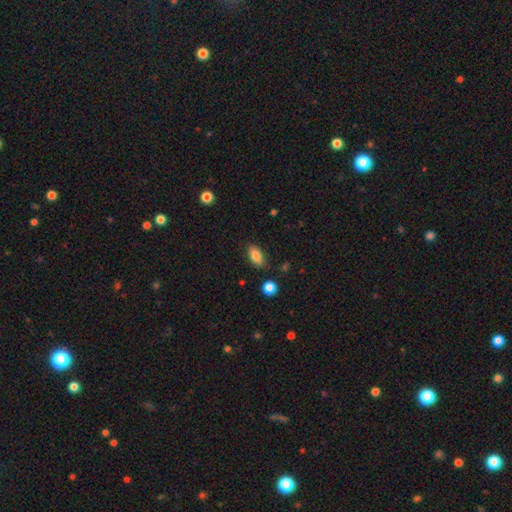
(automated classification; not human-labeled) The model was most divided on "merging": none: 82%, minor disturbance: 13%, major disturbance: 3%, merger: 2%. More confident: how rounded — in between (89%); smooth or featured — smooth (84%).